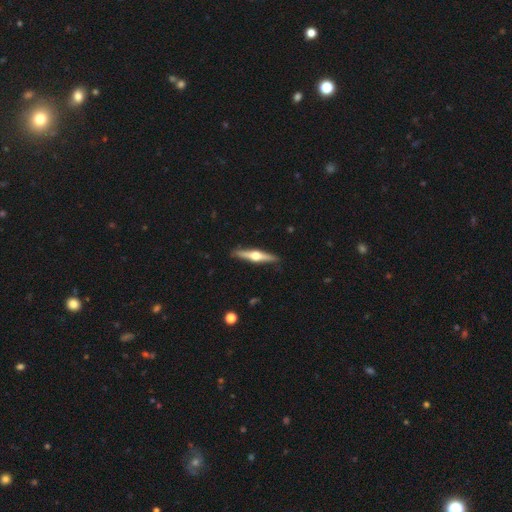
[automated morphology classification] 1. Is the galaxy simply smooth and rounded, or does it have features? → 72% featured or disk, 23% smooth, 5% star or artifact.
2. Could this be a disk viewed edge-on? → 98% yes, 2% no.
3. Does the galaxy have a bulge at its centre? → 95% rounded, 3% boxy, 2% none.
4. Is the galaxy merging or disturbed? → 91% none, 7% minor disturbance, 1% major disturbance, 1% merger.